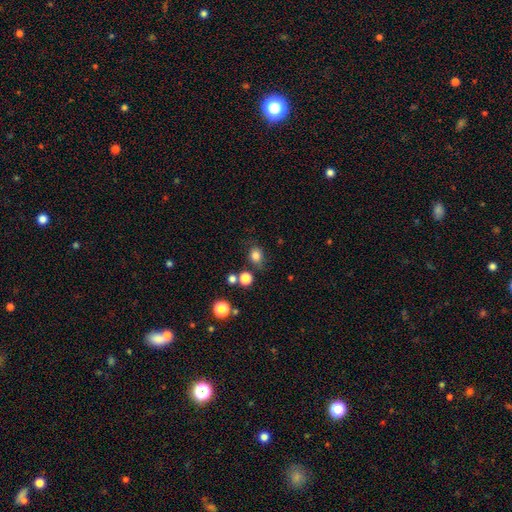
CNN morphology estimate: Smooth or featured? Predicted: smooth (p=0.81). How rounded? Predicted: round (p=0.65). Merging? Predicted: none (p=0.71).